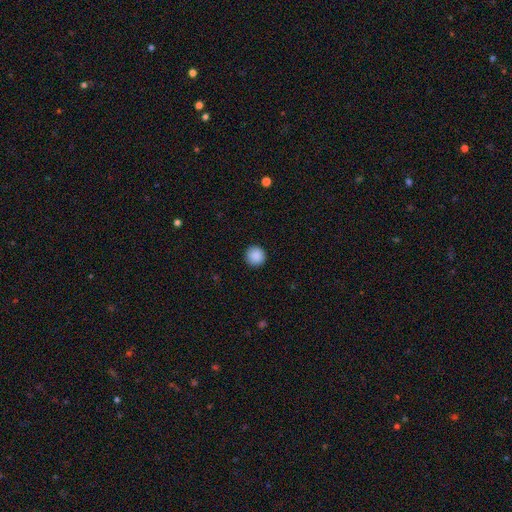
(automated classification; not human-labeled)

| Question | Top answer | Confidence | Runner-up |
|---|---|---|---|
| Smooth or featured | smooth | 89% | star or artifact (8%) |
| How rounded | round | 95% | in between (4%) |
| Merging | none | 92% | minor disturbance (5%) |